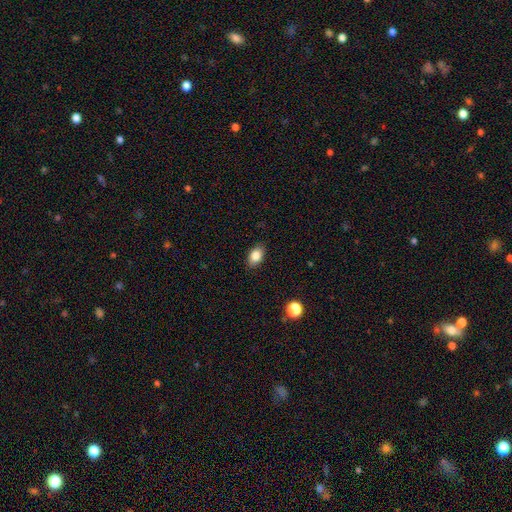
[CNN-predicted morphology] type=smooth (84%); roundness=in between (84%); merging=none (87%).